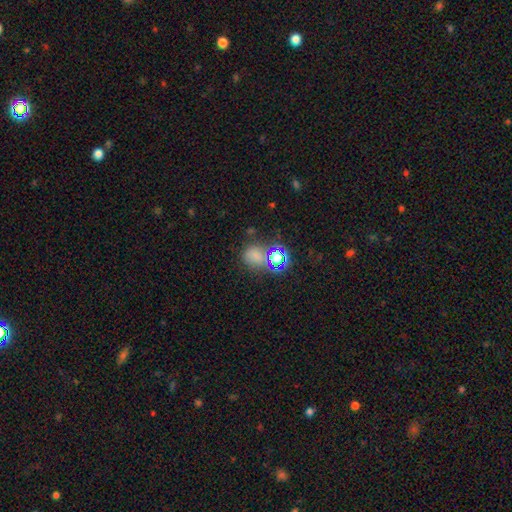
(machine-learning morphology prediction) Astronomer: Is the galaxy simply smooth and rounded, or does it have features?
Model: smooth — 57% (runner-up: star or artifact, 36%).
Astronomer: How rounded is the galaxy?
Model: round — 59% (runner-up: in between, 40%).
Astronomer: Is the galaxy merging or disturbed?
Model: none — 64%.